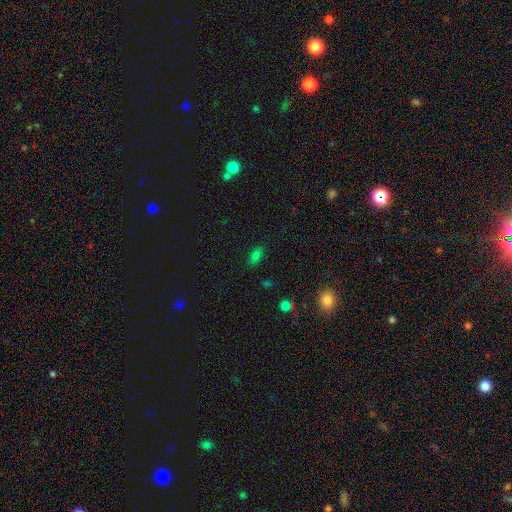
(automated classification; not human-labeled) smooth-or-featured: smooth: 78% | star or artifact: 17% | featured or disk: 5%
  how-rounded: in between: 88% | round: 6% | cigar-shaped: 6%
  merging: none: 81% | minor disturbance: 14% | major disturbance: 4% | merger: 2%